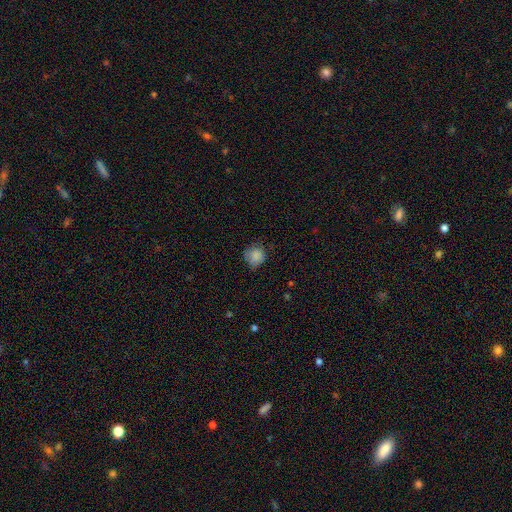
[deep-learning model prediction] Q: Smooth or featured?
A: smooth (84%); runner-up: star or artifact (9%)
Q: How rounded?
A: round (85%); runner-up: in between (14%)
Q: Merging?
A: none (66%); runner-up: minor disturbance (26%)